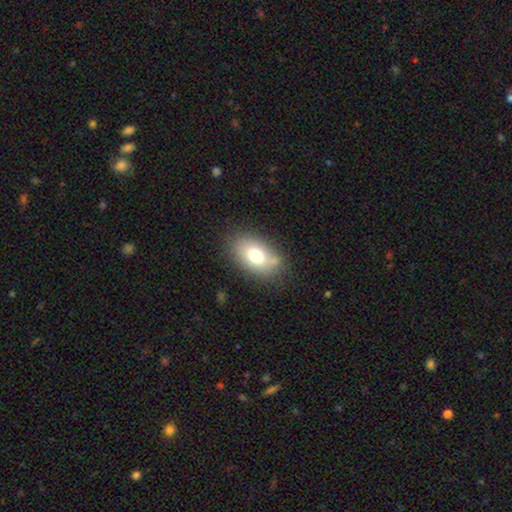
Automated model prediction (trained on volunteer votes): A smooth galaxy with no disk features (75%) that is in between round and cigar-shaped (88%). Merging: none (73%).